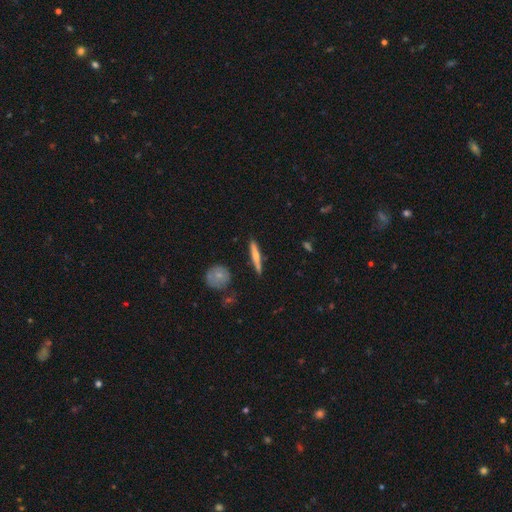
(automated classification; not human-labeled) A smooth galaxy with no disk features (50%). Merging: none (87%).